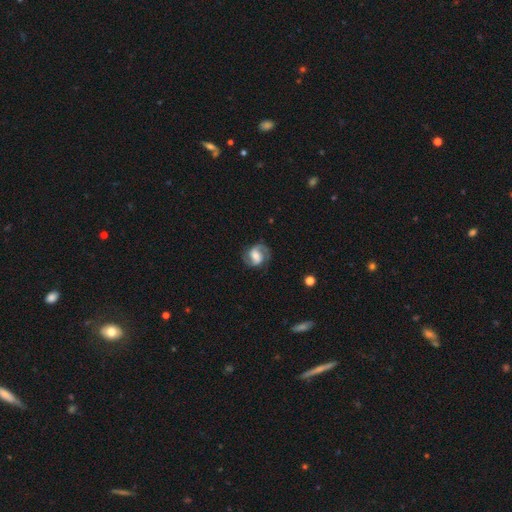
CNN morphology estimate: The model was most divided on "bar": weak: 45%, no: 31%, strong: 24%. More confident: edge-on disk — no (98%); spiral arms — yes (95%); spiral arm count — 2 (90%); smooth or featured — featured or disk (79%); merging — none (79%); spiral winding — medium (52%); bulge size — moderate (51%).